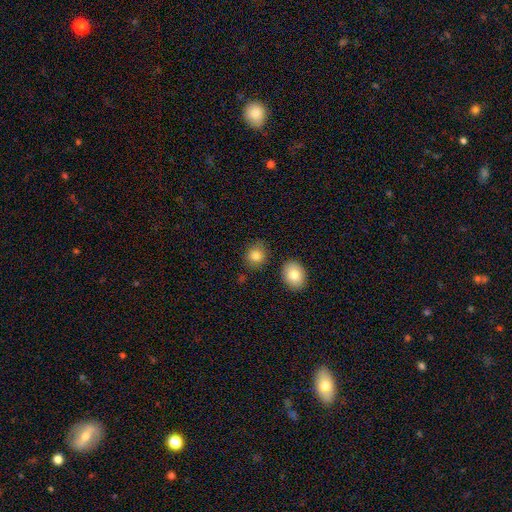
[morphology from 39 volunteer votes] This is likely a smooth galaxy (74%). How rounded: likely round (79%). Merging: clearly none (83%).